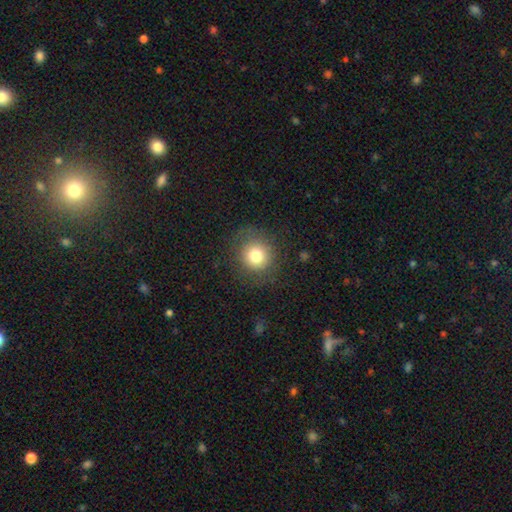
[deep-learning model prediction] Morphology: type=smooth (79%); roundness=round (89%); merging=none (82%).